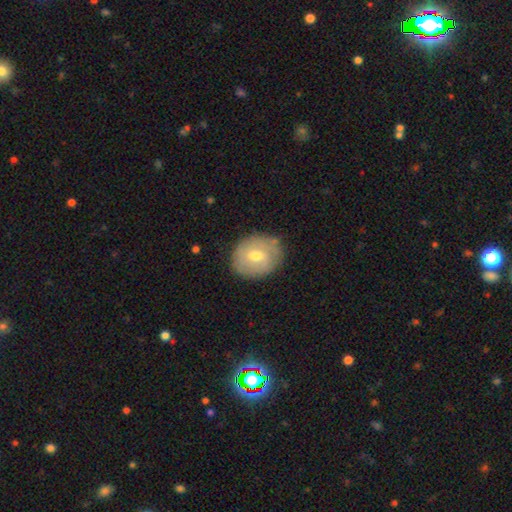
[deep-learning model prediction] A smooth galaxy with no disk features (54%) that is round (63%). Merging: none (78%).